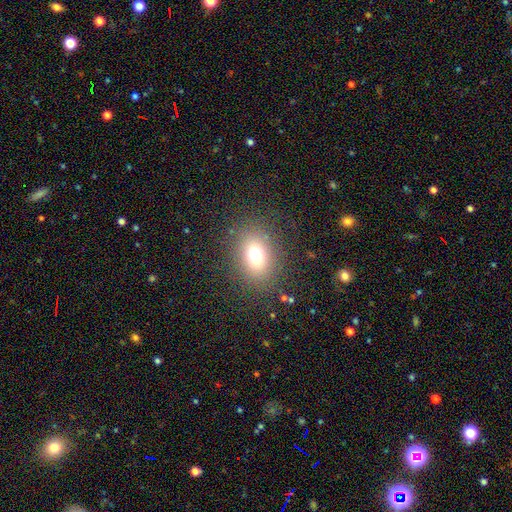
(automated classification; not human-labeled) This is likely a smooth galaxy (70%). How rounded: possibly in between (57%). Merging: clearly none (81%).